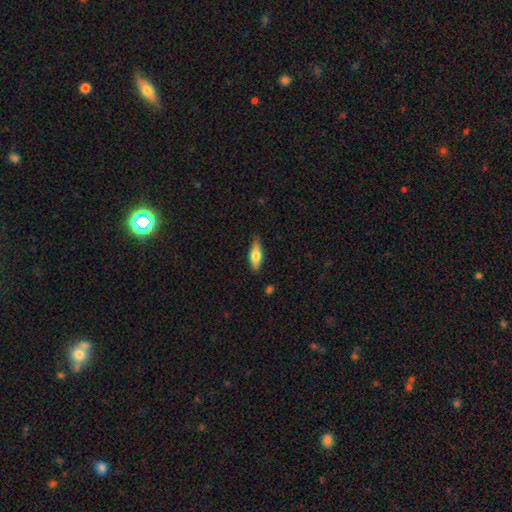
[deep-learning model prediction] This is likely a smooth galaxy (67%). How rounded: likely in between (60%). Merging: clearly none (84%).